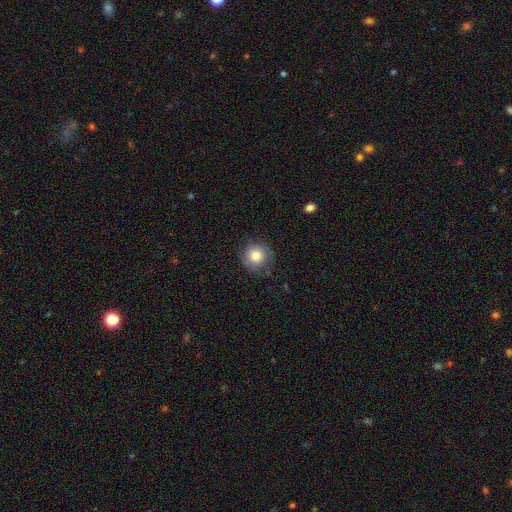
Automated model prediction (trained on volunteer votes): This is likely a smooth galaxy (80%). How rounded: clearly round (93%). Merging: clearly none (80%).